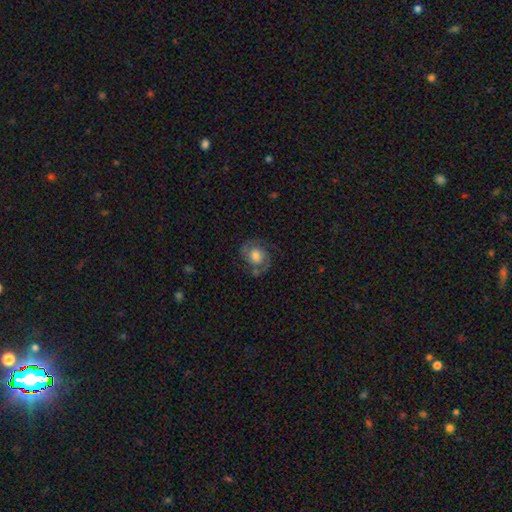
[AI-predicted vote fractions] The model was most divided on "spiral winding": medium: 48%, tight: 37%, loose: 15%. More confident: edge-on disk — no (98%); spiral arms — yes (92%); spiral arm count — 2 (88%); smooth or featured — featured or disk (73%); merging — none (69%); bar — no (67%); bulge size — moderate (52%).